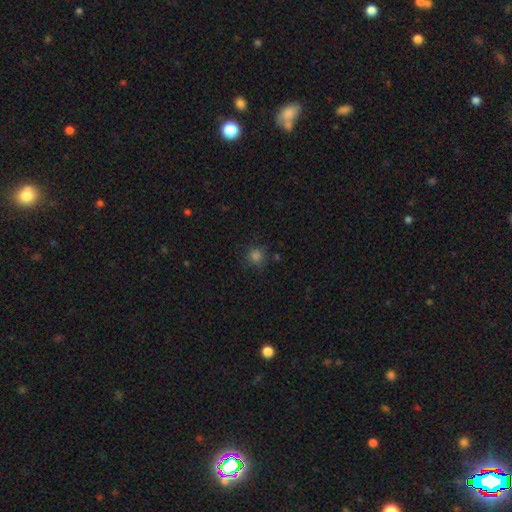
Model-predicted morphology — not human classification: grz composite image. It shows a smooth galaxy with no disk features (77%) that is round (92%). Merging: none (81%).